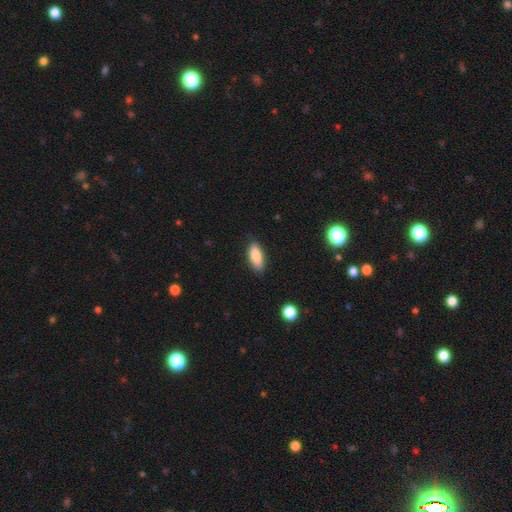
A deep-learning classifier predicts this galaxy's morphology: Smooth or featured? smooth (86%)
How rounded? in between (79%)
Merging? none (84%)